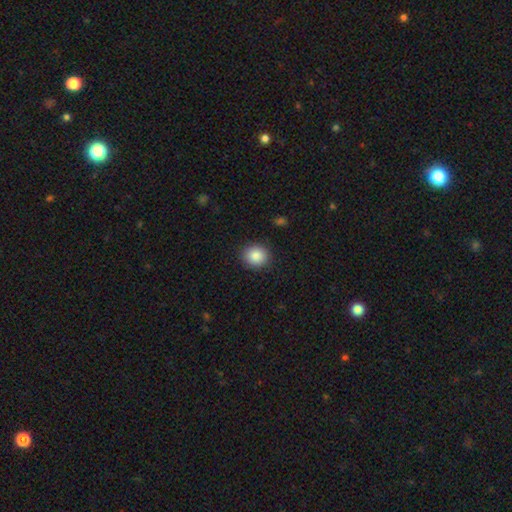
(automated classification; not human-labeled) Smooth or featured?
  - smooth: 87% *
  - star or artifact: 8%
  - featured or disk: 5%
How rounded?
  - round: 79% *
  - in between: 20%
  - cigar-shaped: 1%
Merging?
  - none: 90% *
  - minor disturbance: 7%
  - major disturbance: 2%
  - merger: 1%